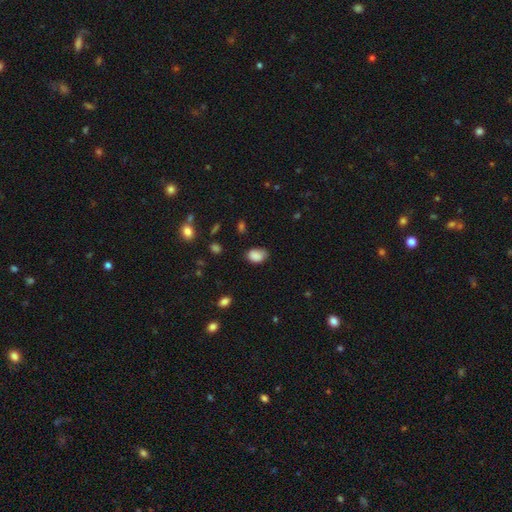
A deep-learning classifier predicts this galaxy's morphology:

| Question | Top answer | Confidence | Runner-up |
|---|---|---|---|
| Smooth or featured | smooth | 85% | star or artifact (9%) |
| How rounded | in between | 77% | round (22%) |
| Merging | none | 64% | minor disturbance (28%) |